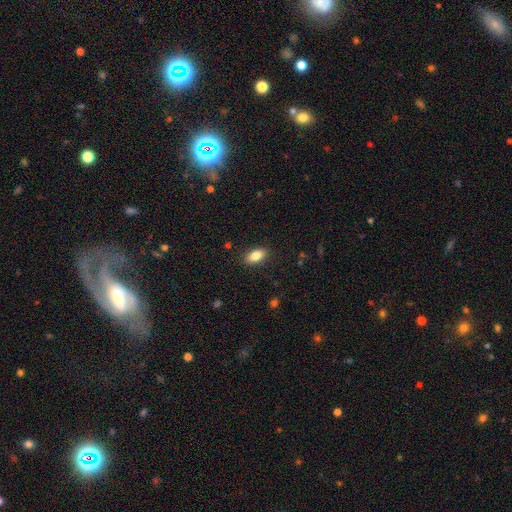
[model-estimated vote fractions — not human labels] Q: Smooth or featured?
A: smooth (83%); runner-up: featured or disk (9%)
Q: How rounded?
A: in between (89%); runner-up: round (6%)
Q: Merging?
A: none (88%); runner-up: minor disturbance (9%)